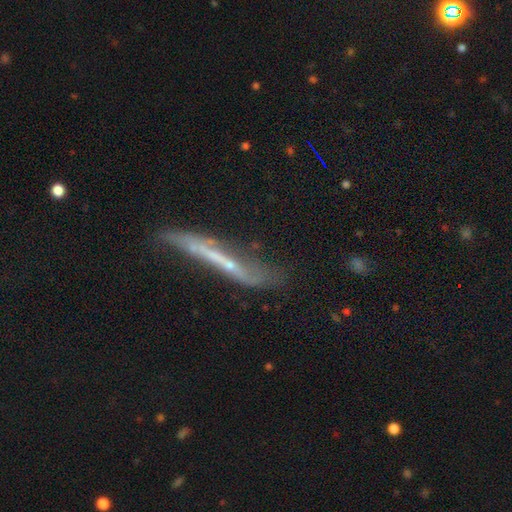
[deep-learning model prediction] The model was most divided on "merging": none: 56%, minor disturbance: 25%, major disturbance: 13%, merger: 6%. More confident: edge-on disk — yes (72%); smooth or featured — featured or disk (67%).